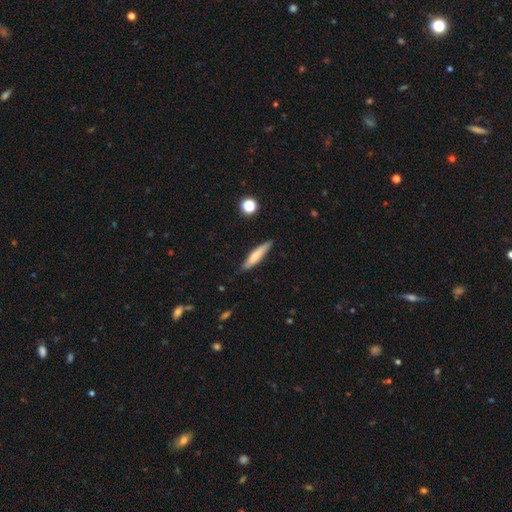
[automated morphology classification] A smooth galaxy with no disk features (67%) that is cigar-shaped (84%). Merging: none (82%).